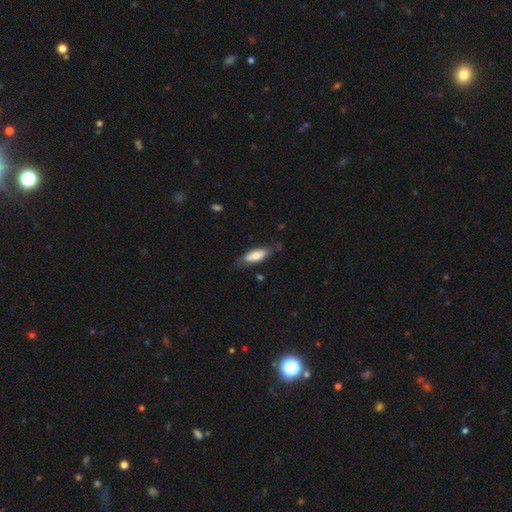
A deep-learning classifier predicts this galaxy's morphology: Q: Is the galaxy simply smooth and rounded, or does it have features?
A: smooth — 73%.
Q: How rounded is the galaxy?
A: in between — 67%.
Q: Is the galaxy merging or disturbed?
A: none — 66%.